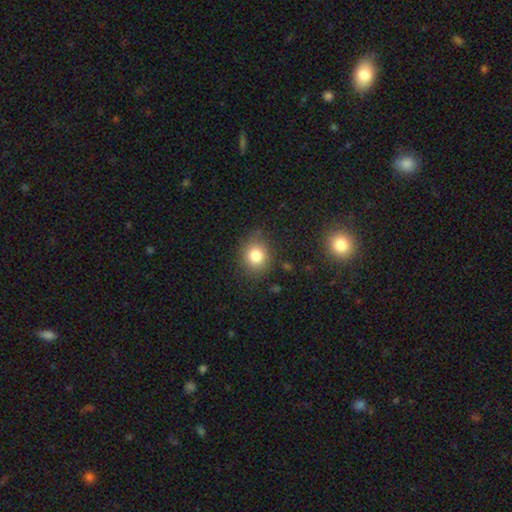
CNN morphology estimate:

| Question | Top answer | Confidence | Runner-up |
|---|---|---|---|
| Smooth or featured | smooth | 80% | star or artifact (11%) |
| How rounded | round | 69% | in between (30%) |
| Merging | none | 81% | minor disturbance (14%) |